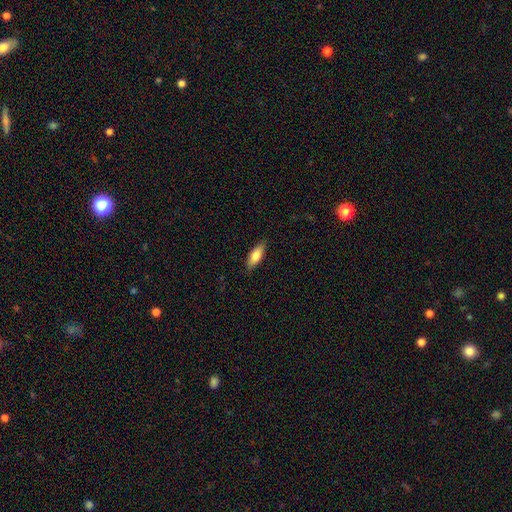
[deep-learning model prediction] smooth-or-featured: smooth: 78% | featured or disk: 16% | star or artifact: 6%
  how-rounded: in between: 67% | cigar-shaped: 31% | round: 2%
  merging: none: 86% | minor disturbance: 11% | major disturbance: 2% | merger: 1%